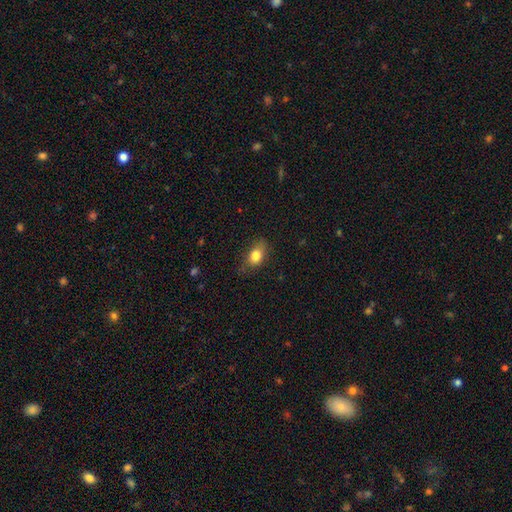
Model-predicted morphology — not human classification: smooth_or_featured: smooth (p=0.81) [alt: featured or disk p=0.10]
how_rounded: in between (p=0.75) [alt: round p=0.22]
merging: none (p=0.73) [alt: minor disturbance p=0.21]